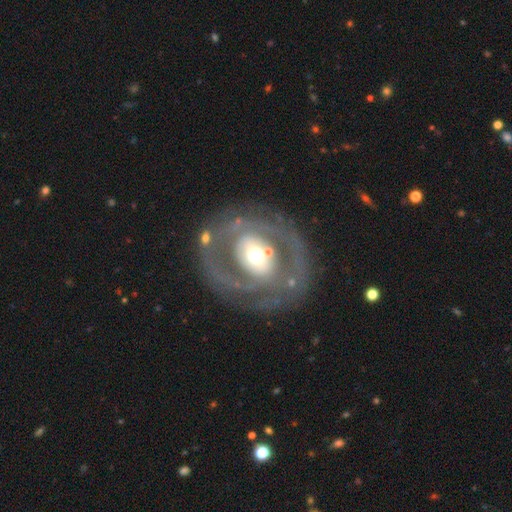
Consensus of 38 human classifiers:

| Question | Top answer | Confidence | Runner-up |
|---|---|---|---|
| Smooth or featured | featured or disk | 87% | smooth (11%) |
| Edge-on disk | no | 100% | — |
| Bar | no | 45% | strong (30%) |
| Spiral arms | yes | 79% | no (21%) |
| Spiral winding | medium | 54% | tight (35%) |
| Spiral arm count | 2 | 38% | tied: can't tell (38%) |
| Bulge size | moderate | 64% | large (21%) |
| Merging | none | 70% | minor disturbance (14%) |